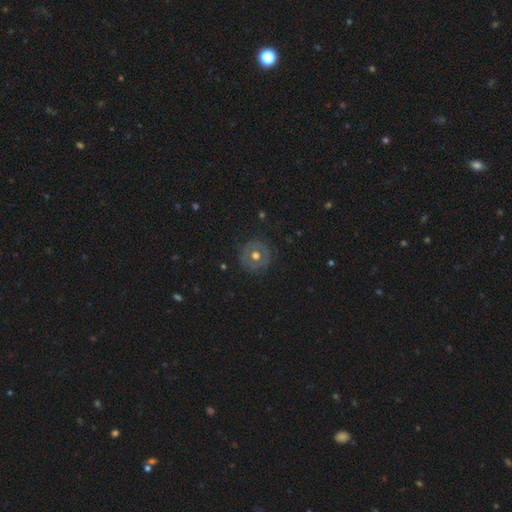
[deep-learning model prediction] Smooth or featured: smooth — 51% (featured or disk — 40%)
How rounded: round — 94% (in between — 5%)
Merging: none — 85% (minor disturbance — 10%)